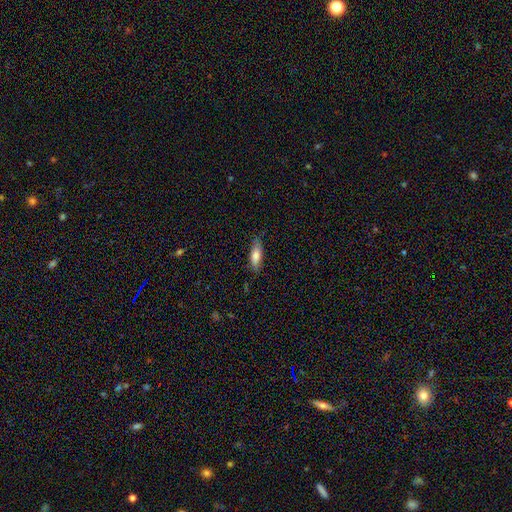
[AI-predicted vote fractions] Morphology: type=smooth (77%); roundness=in between (54%); merging=none (80%).